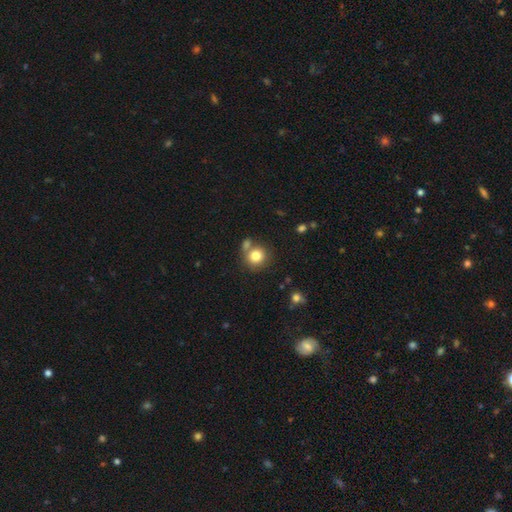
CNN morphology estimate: The model was most divided on "merging": none: 63%, merger: 23%, minor disturbance: 10%, major disturbance: 4%. More confident: how rounded — round (88%); smooth or featured — smooth (81%).